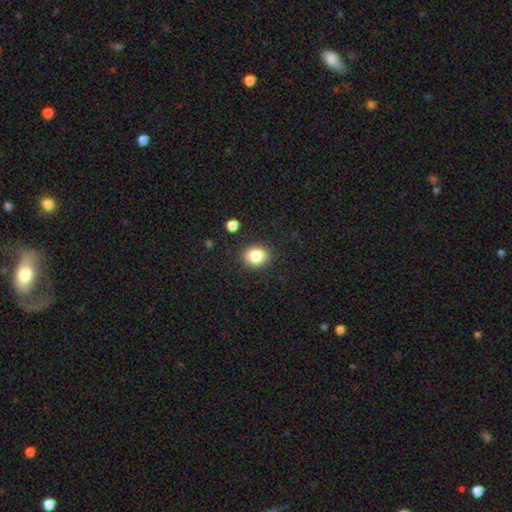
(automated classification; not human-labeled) smooth 83%, star or artifact 10%, featured or disk 6%. Down the decision tree: how rounded — round (67%); merging — none (88%).